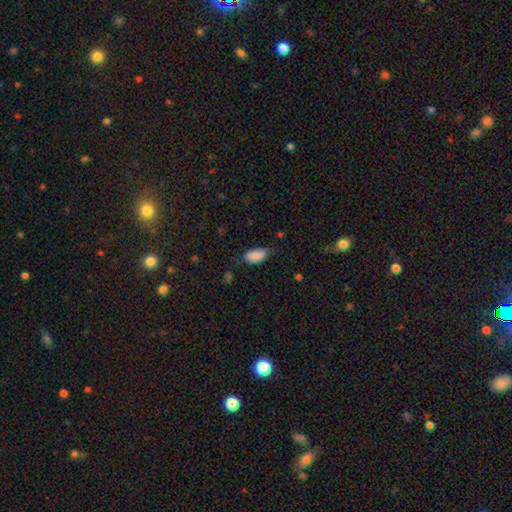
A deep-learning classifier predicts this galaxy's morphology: smooth-or-featured: smooth: 87% | star or artifact: 7% | featured or disk: 6%
  how-rounded: in between: 93% | cigar-shaped: 4% | round: 3%
  merging: none: 60% | minor disturbance: 31% | major disturbance: 7% | merger: 2%